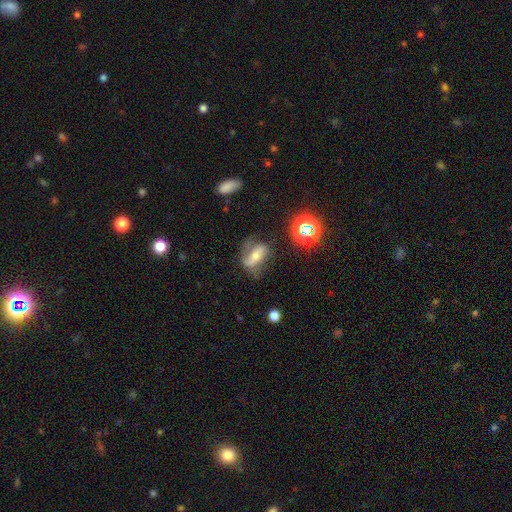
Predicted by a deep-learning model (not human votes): This is possibly a featured or disk galaxy (58%). It is clearly not viewed edge-on (89%). Bar: marginally strong (44%). Spiral arm pattern: likely yes (78%). Central bulge: marginally small (45%). Merging: possibly none (49%).